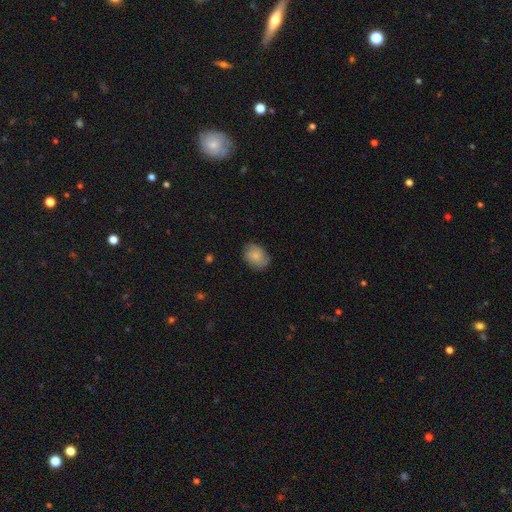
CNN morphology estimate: This appears to be a smooth galaxy with no disk features (74%) that is in between round and cigar-shaped (64%). Merging: none (78%).